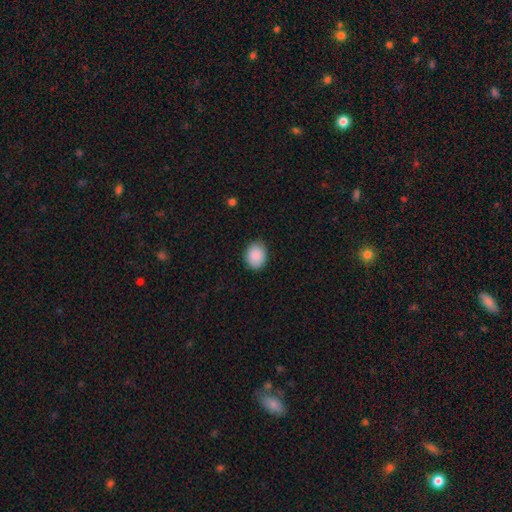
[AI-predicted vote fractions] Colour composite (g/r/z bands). It shows a smooth galaxy with no disk features (89%) that is in between round and cigar-shaped (50%, tied with round). Merging: none (85%).